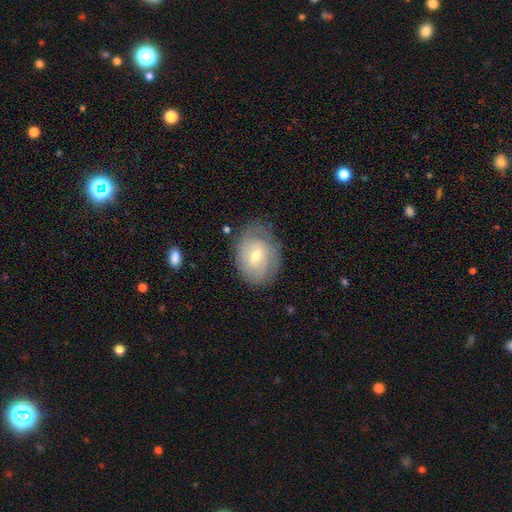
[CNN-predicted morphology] Q: Smooth or featured?
A: featured or disk (52%); runner-up: smooth (39%)
Q: Edge-on disk?
A: no (95%); runner-up: yes (5%)
Q: Merging?
A: none (70%); runner-up: minor disturbance (21%)